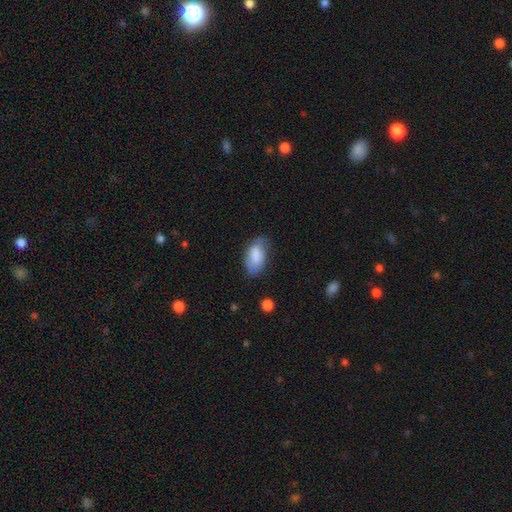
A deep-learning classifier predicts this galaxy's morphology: The model was most divided on "merging": none: 62%, minor disturbance: 28%, major disturbance: 8%, merger: 2%. More confident: how rounded — in between (93%); smooth or featured — smooth (79%).